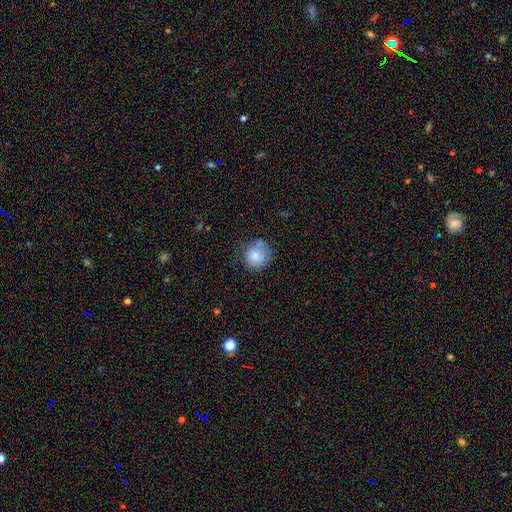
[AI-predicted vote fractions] This is likely a smooth galaxy (78%). How rounded: clearly round (89%). Merging: likely none (62%).